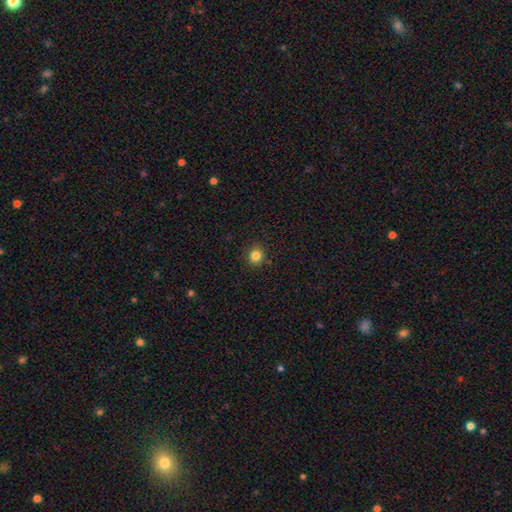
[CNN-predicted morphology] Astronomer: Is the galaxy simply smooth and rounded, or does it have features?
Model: smooth — 84%.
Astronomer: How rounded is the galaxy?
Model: round — 88%.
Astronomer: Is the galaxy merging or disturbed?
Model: none — 91%.